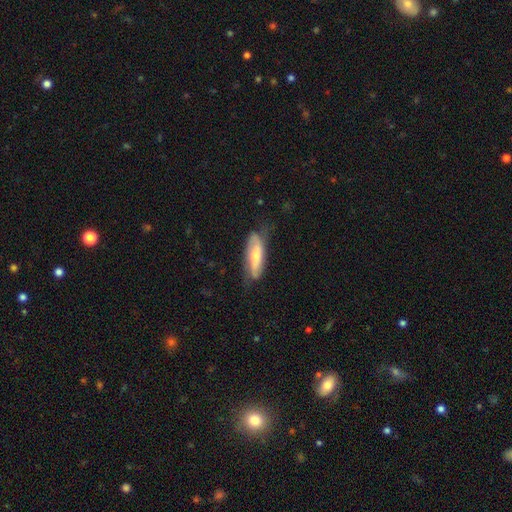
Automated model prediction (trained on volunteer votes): This is possibly a smooth galaxy (51%). How rounded: possibly cigar-shaped (50%). Merging: likely none (62%).